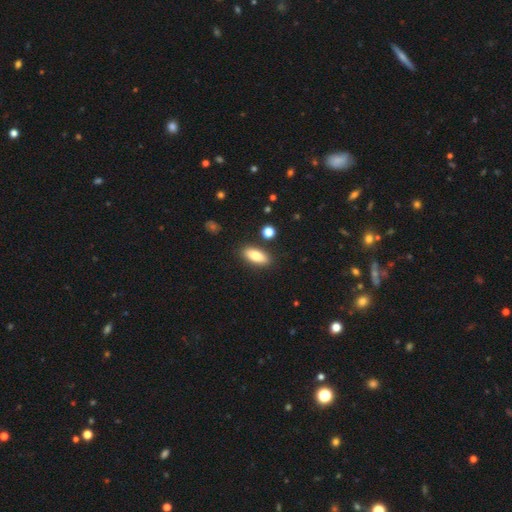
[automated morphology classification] A smooth galaxy with no disk features (79%) that is in between round and cigar-shaped (79%).

Vote fractions:
- Smooth or featured? smooth: 79% / featured or disk: 14% / star or artifact: 7%
- How rounded? in between: 79% / cigar-shaped: 18% / round: 3%
- Merging? none: 86% / minor disturbance: 9% / merger: 3% / major disturbance: 2%